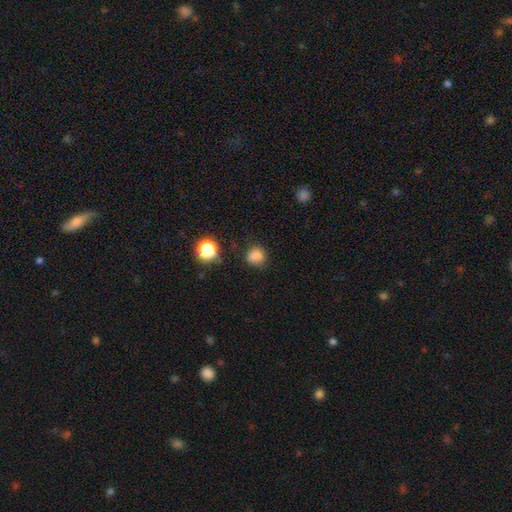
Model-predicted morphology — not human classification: This appears to be a smooth galaxy with no disk features (81%) that is round (82%). Merging: none (79%).